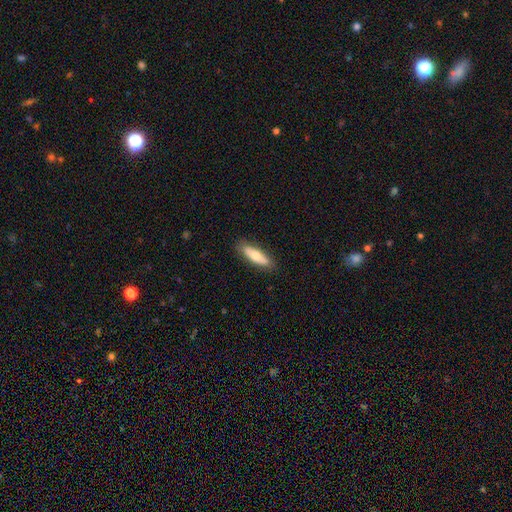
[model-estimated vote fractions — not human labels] This appears to be a smooth galaxy with no disk features (67%) that is cigar-shaped (56%). Merging: none (85%).